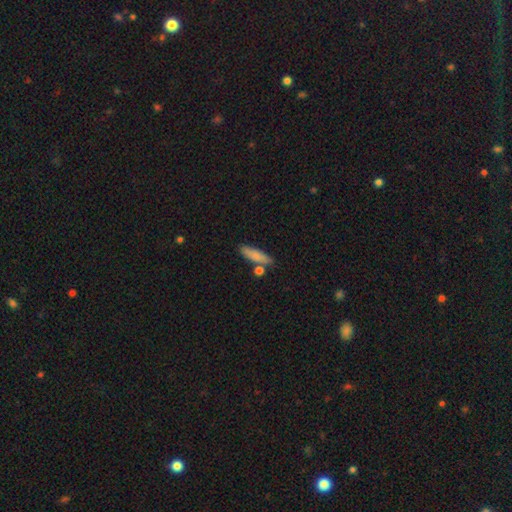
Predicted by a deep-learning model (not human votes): Smooth or featured? smooth (82%)
How rounded? cigar-shaped (61%)
Merging? none (72%)